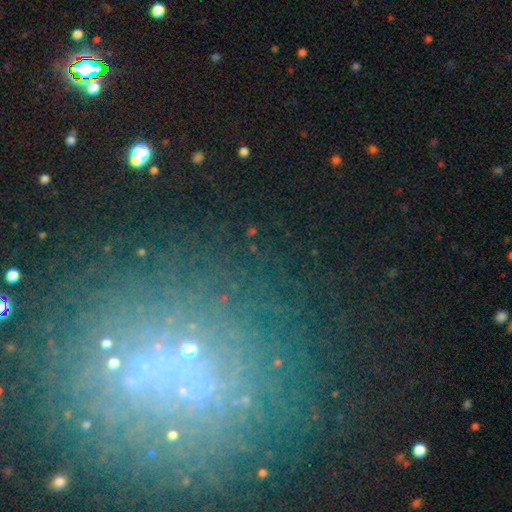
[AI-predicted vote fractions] star or artifact 44%, featured or disk 32%, smooth 23%.